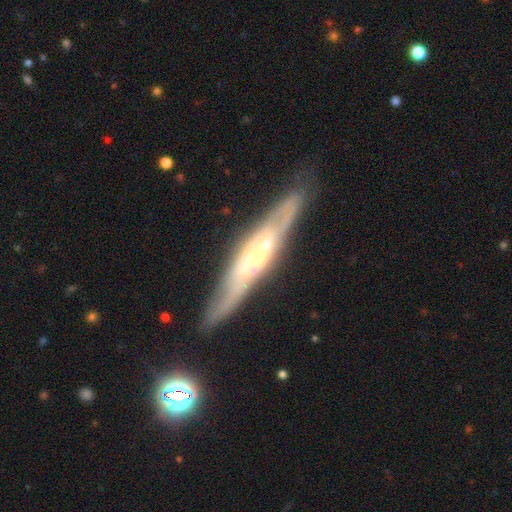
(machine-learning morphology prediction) Smooth or featured?
  - featured or disk: 76% *
  - smooth: 18%
  - star or artifact: 6%
Edge-on disk?
  - yes: 70% *
  - no: 30%
Edge-on bulge?
  - rounded: 47% *
  - none: 32%
  - boxy: 21%
Merging?
  - none: 81% *
  - minor disturbance: 13%
  - major disturbance: 4%
  - merger: 2%